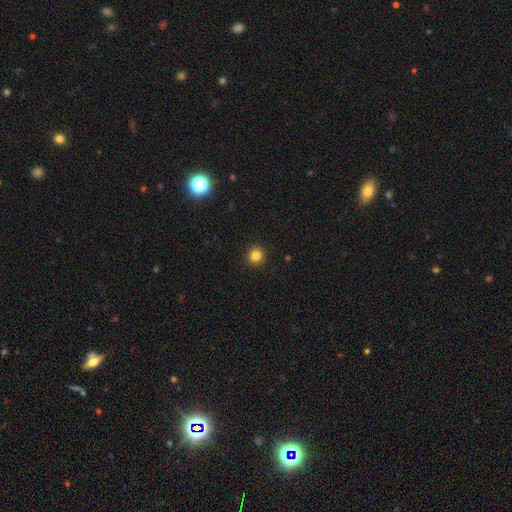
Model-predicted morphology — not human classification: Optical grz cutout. It shows a smooth galaxy with no disk features (83%) that is round (94%). Merging: none (93%).